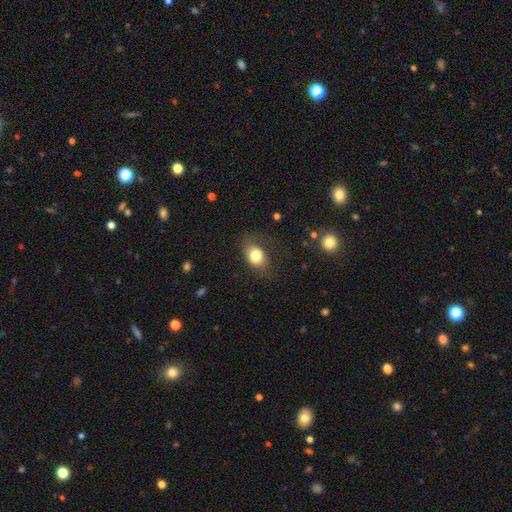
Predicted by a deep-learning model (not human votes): Overall: smooth (79%). How rounded: in between (66%; round 33%). Merging: none (66%).